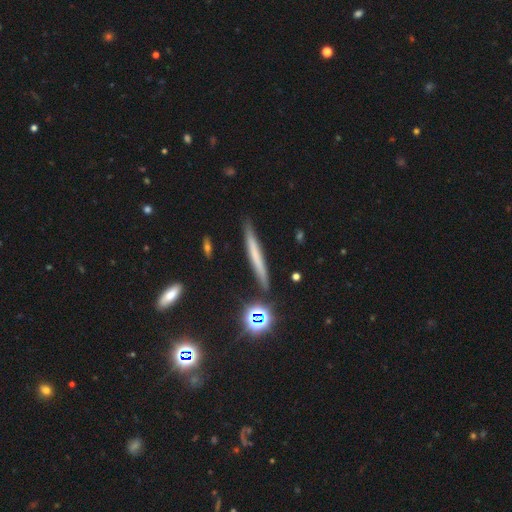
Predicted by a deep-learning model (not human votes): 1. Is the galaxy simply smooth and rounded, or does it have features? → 53% smooth, 35% featured or disk, 12% star or artifact.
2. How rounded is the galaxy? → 95% cigar-shaped, 3% in between, 2% round.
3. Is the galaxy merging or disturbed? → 87% none, 9% minor disturbance, 2% merger, 2% major disturbance.